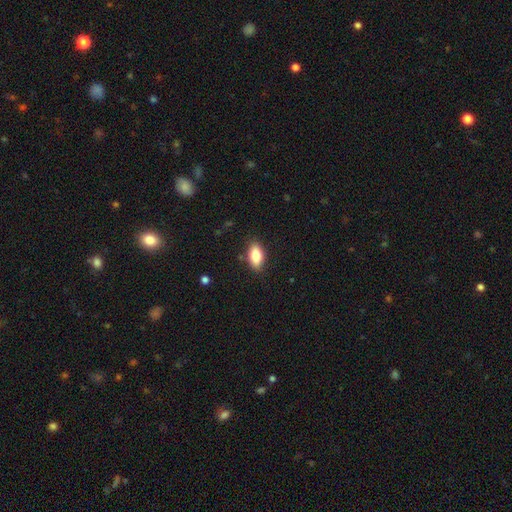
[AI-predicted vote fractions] A smooth galaxy with no disk features (83%) that is in between round and cigar-shaped (89%).

Vote fractions:
- Smooth or featured? smooth: 83% / featured or disk: 10% / star or artifact: 7%
- How rounded? in between: 89% / cigar-shaped: 6% / round: 5%
- Merging? none: 85% / minor disturbance: 11% / major disturbance: 2% / merger: 1%